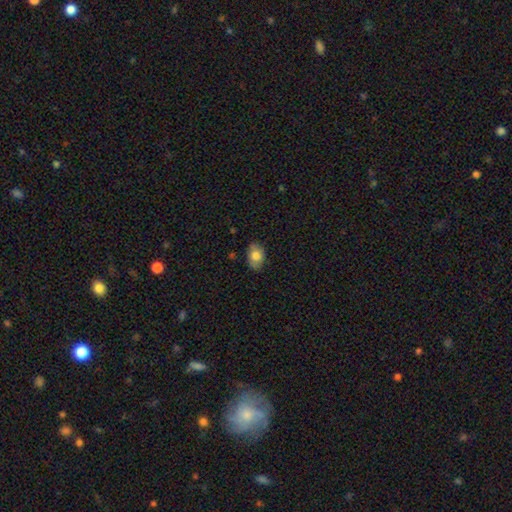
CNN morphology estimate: This appears to be a smooth galaxy with no disk features (79%) that is in between round and cigar-shaped (80%). Merging: none (81%).